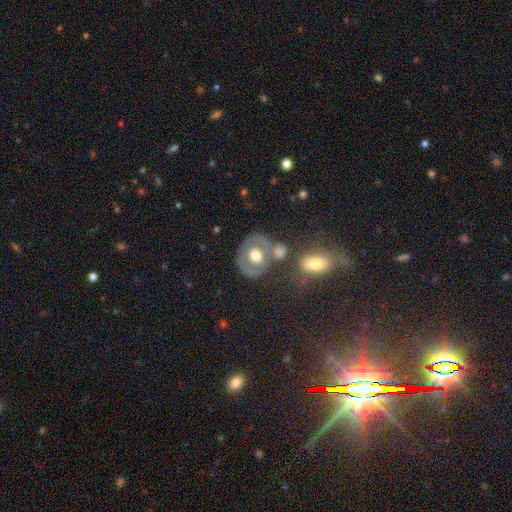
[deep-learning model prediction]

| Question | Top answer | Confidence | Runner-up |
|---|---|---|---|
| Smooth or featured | featured or disk | 47% | smooth (45%) |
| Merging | none | 59% | merger (19%) |